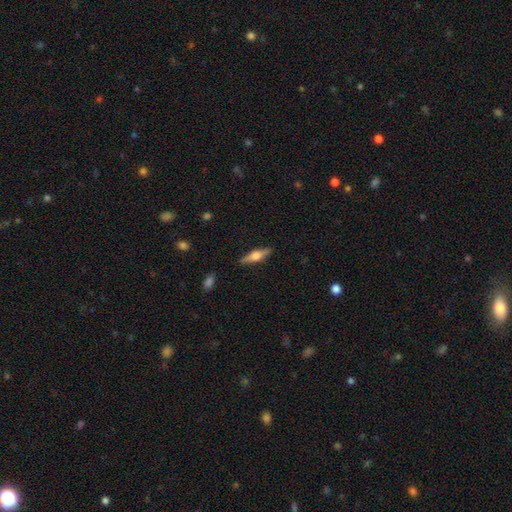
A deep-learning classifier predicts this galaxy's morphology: Smooth or featured?
  - featured or disk: 56% *
  - smooth: 38%
  - star or artifact: 6%
Edge-on disk?
  - yes: 95% *
  - no: 5%
Edge-on bulge?
  - rounded: 91% *
  - boxy: 7%
  - none: 2%
Merging?
  - none: 88% *
  - minor disturbance: 9%
  - major disturbance: 2%
  - merger: 1%